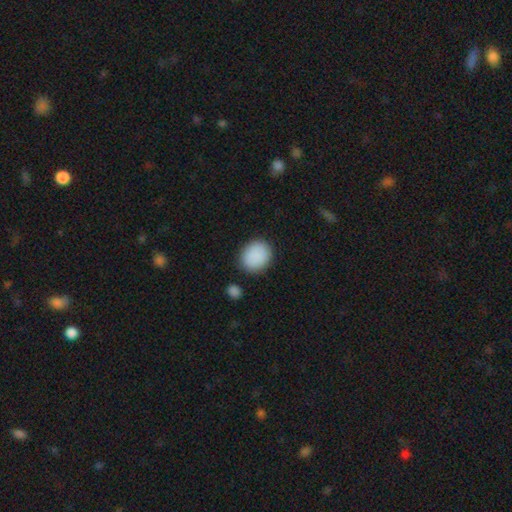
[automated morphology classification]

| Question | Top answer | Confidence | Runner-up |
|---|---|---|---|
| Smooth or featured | smooth | 89% | star or artifact (7%) |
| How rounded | round | 67% | in between (32%) |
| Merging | none | 86% | minor disturbance (9%) |